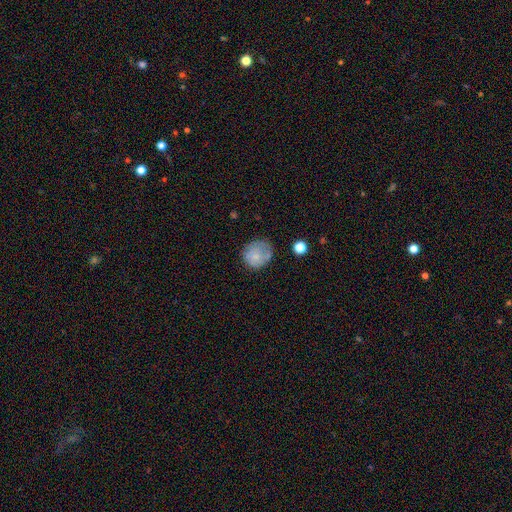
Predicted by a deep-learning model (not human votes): This is likely a smooth galaxy (70%). How rounded: likely round (76%). Merging: possibly none (59%).